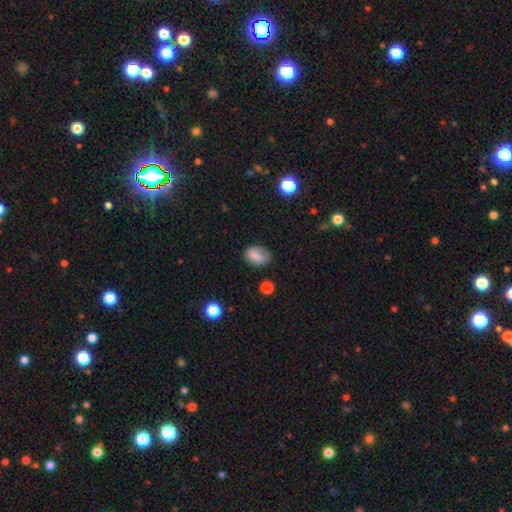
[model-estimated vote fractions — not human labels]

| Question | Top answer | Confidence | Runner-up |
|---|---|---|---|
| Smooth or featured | smooth | 82% | star or artifact (10%) |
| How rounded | in between | 83% | round (15%) |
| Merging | none | 72% | minor disturbance (21%) |